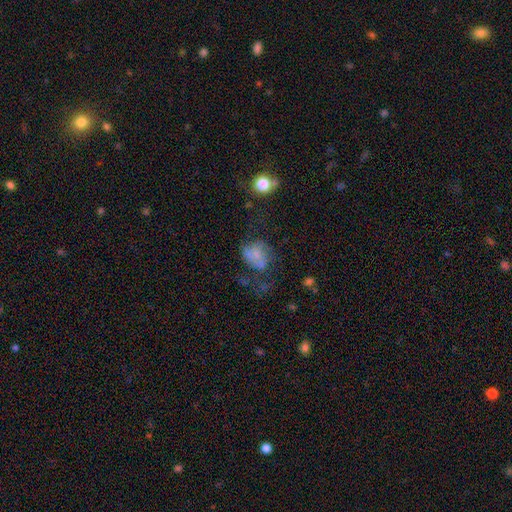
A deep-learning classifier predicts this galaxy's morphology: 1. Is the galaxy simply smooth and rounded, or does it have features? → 50% smooth, 35% featured or disk, 15% star or artifact.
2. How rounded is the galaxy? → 57% in between, 41% round, 2% cigar-shaped.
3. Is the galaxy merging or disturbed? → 37% major disturbance, 31% none, 23% minor disturbance, 8% merger.